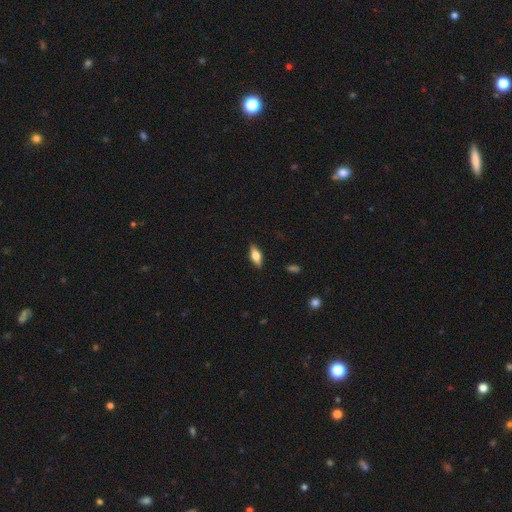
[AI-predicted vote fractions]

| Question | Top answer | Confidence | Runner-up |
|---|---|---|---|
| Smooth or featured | smooth | 67% | featured or disk (26%) |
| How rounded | in between | 79% | cigar-shaped (18%) |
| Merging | none | 88% | minor disturbance (9%) |